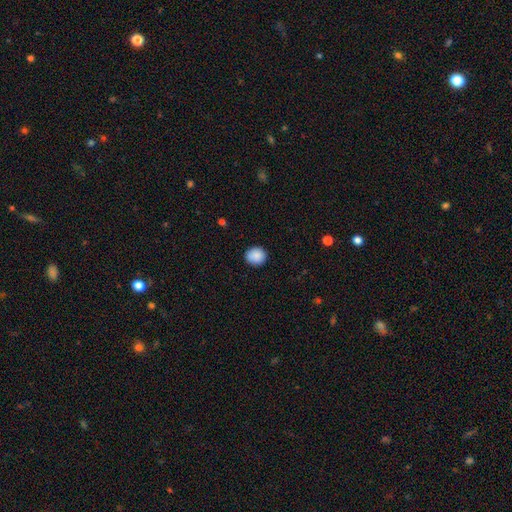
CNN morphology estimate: Q: Smooth or featured?
A: smooth (89%); runner-up: star or artifact (8%)
Q: How rounded?
A: round (84%); runner-up: in between (15%)
Q: Merging?
A: none (89%); runner-up: minor disturbance (8%)